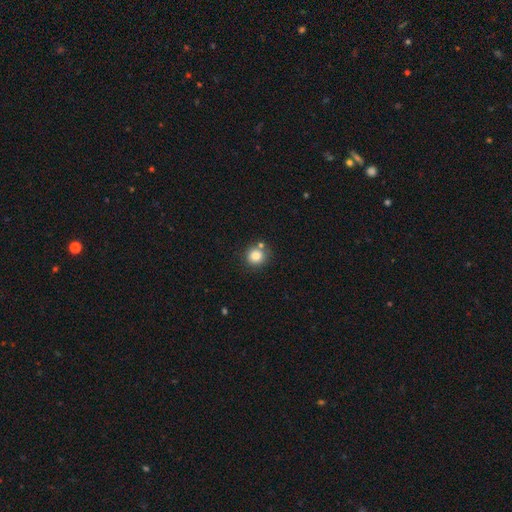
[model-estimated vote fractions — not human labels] The model was most divided on "merging": none: 73%, merger: 13%, minor disturbance: 11%, major disturbance: 3%. More confident: how rounded — round (89%); smooth or featured — smooth (83%).